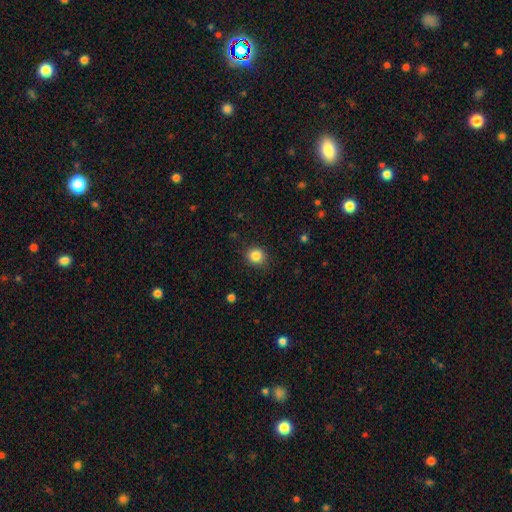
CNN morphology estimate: The model was most divided on "how rounded": round: 85%, in between: 14%, cigar-shaped: 1%. More confident: merging — none (87%); smooth or featured — smooth (85%).